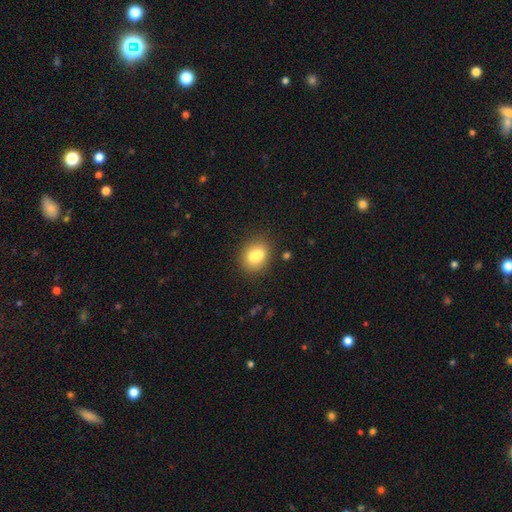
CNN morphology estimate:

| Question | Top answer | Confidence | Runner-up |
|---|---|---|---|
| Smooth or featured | smooth | 68% | featured or disk (22%) |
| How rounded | round | 68% | in between (31%) |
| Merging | merger | 47% | none (41%) |